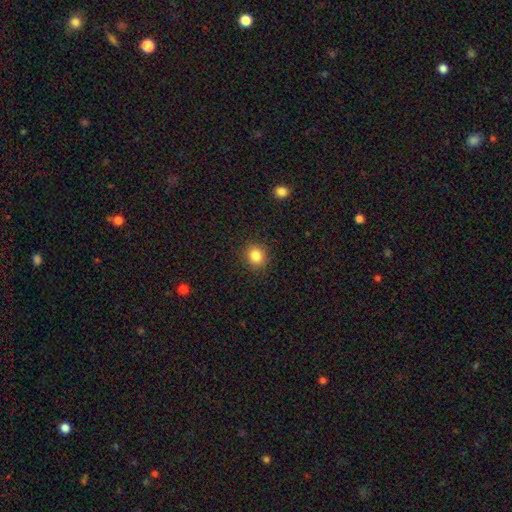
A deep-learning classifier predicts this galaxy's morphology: A smooth galaxy with no disk features (85%) that is round (80%).

Vote fractions:
- Smooth or featured? smooth: 85% / star or artifact: 10% / featured or disk: 5%
- How rounded? round: 80% / in between: 19% / cigar-shaped: 1%
- Merging? none: 89% / minor disturbance: 8% / major disturbance: 2% / merger: 1%